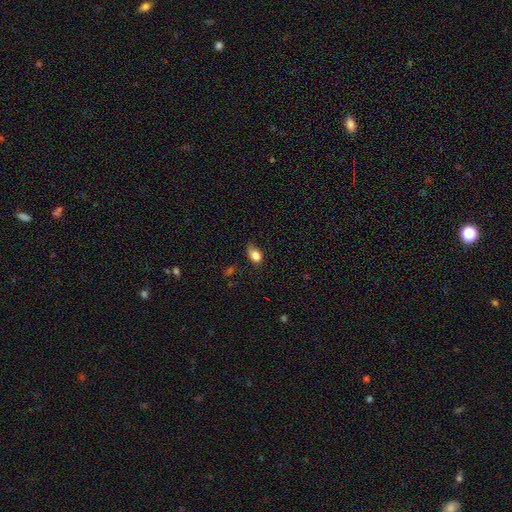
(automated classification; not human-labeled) Q: Smooth or featured?
A: smooth (83%); runner-up: star or artifact (9%)
Q: How rounded?
A: in between (79%); runner-up: round (19%)
Q: Merging?
A: none (55%); runner-up: minor disturbance (33%)